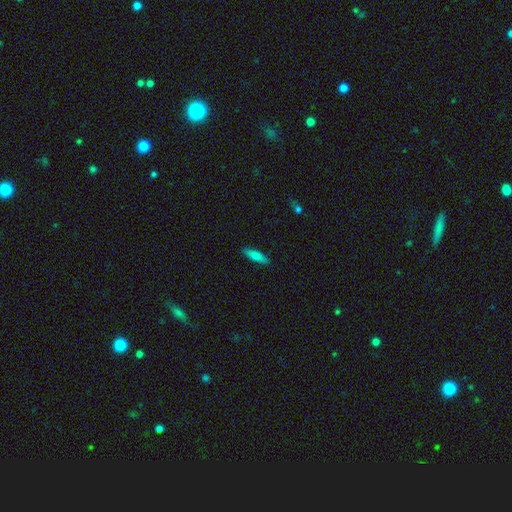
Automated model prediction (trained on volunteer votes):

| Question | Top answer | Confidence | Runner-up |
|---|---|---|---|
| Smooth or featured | smooth | 70% | featured or disk (23%) |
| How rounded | cigar-shaped | 66% | in between (32%) |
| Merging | none | 89% | minor disturbance (8%) |